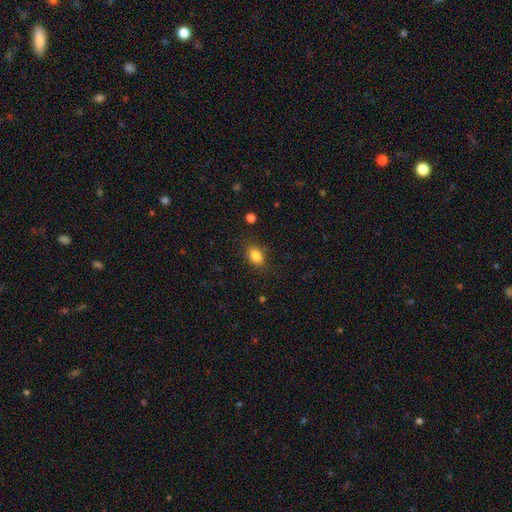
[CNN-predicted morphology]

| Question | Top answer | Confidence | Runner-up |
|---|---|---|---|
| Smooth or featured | smooth | 84% | star or artifact (10%) |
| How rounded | in between | 77% | round (21%) |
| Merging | none | 83% | minor disturbance (12%) |